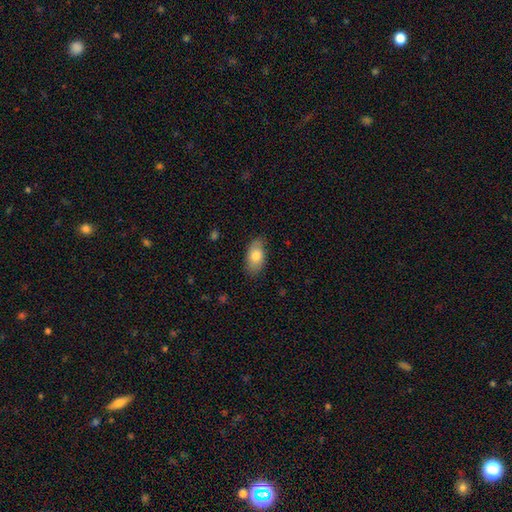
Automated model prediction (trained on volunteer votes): smooth 79%, featured or disk 14%, star or artifact 7%. Down the decision tree: how rounded — in between (93%); merging — none (82%).